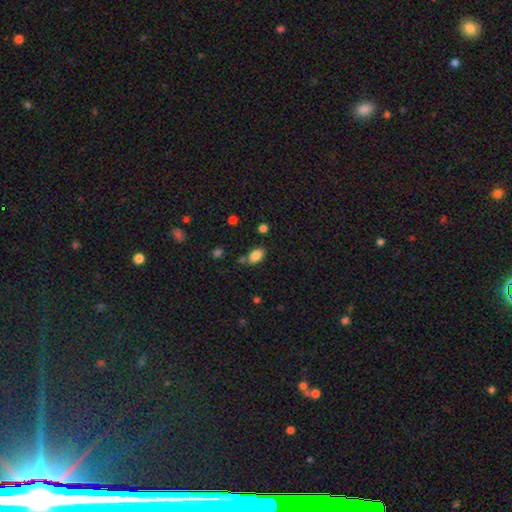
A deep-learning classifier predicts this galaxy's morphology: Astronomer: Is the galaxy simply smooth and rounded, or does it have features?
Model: smooth — 85%.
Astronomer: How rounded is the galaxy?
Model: in between — 87%.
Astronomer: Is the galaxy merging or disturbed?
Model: none — 68%.